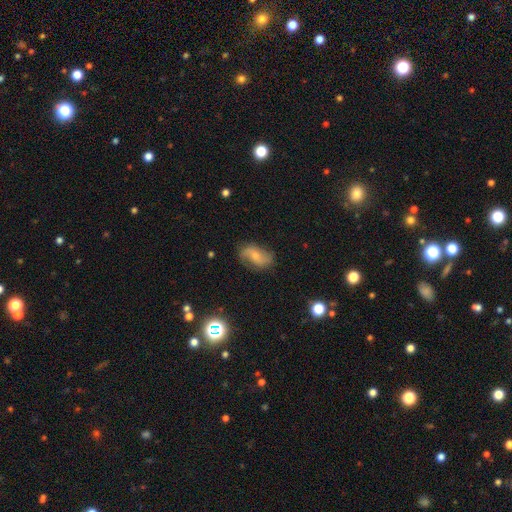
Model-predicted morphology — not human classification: smooth-or-featured: featured or disk: 58% | smooth: 32% | star or artifact: 10%
  disk-edge-on: no: 95% | yes: 5%
    bar: no: 52% | weak: 36% | strong: 11%
    has-spiral-arms: yes: 89% | no: 11%
    bulge-size: small: 53% | moderate: 34% | none: 8% | large: 3% | dominant: 1%
  merging: none: 72% | minor disturbance: 20% | major disturbance: 7% | merger: 2%